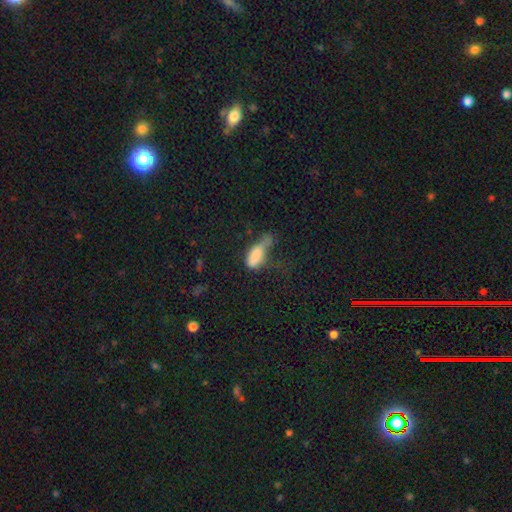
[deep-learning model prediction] The model was most divided on "merging": major disturbance: 44%, minor disturbance: 29%, none: 18%, merger: 9%. More confident: how rounded — in between (76%); smooth or featured — smooth (76%).